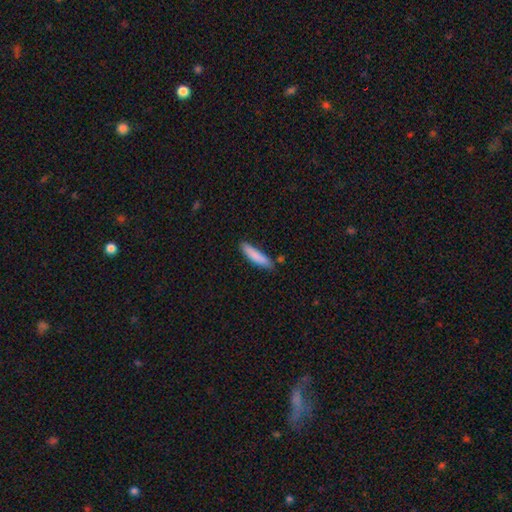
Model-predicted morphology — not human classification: smooth_or_featured: smooth (p=0.85) [alt: featured or disk p=0.09]
how_rounded: cigar-shaped (p=0.82) [alt: in between p=0.16]
merging: none (p=0.78) [alt: minor disturbance p=0.15]